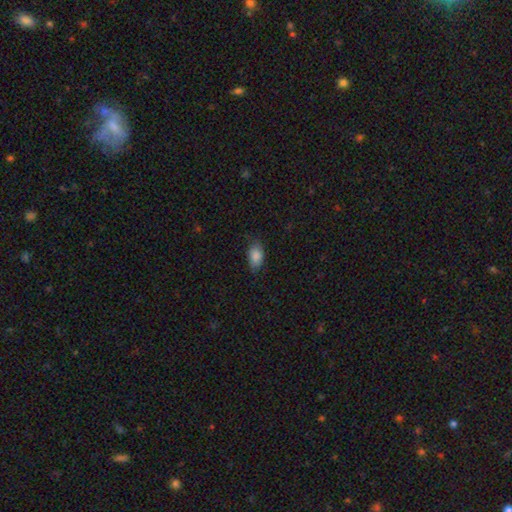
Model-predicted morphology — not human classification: smooth-or-featured: smooth: 86% | star or artifact: 8% | featured or disk: 6%
  how-rounded: in between: 91% | round: 6% | cigar-shaped: 3%
  merging: none: 75% | minor disturbance: 20% | major disturbance: 4% | merger: 1%